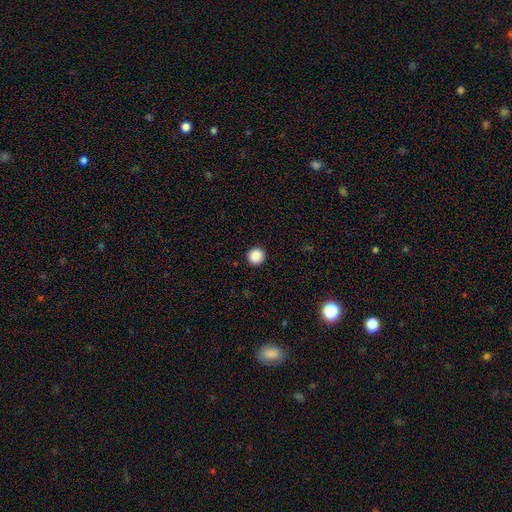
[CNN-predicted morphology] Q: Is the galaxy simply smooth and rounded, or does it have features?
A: smooth — 88%.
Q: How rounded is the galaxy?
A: round — 93%.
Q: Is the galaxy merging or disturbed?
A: none — 93%.